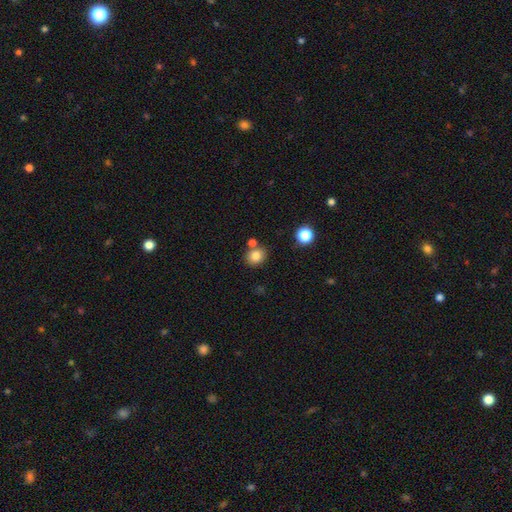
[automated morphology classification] Q: Smooth or featured?
A: smooth (81%); runner-up: star or artifact (11%)
Q: How rounded?
A: round (72%); runner-up: in between (27%)
Q: Merging?
A: none (73%); runner-up: merger (14%)